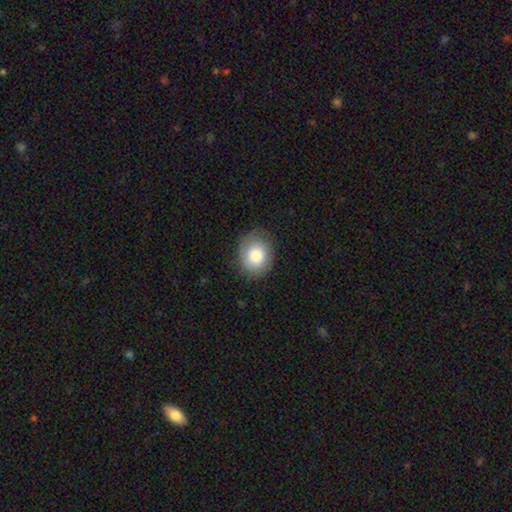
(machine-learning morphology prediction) The model was most divided on "how rounded": round: 57%, in between: 42%, cigar-shaped: 1%. More confident: smooth or featured — smooth (81%); merging — none (80%).